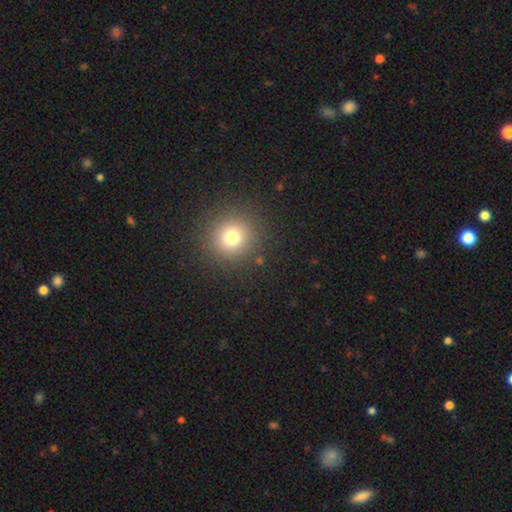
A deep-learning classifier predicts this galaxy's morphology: Smooth or featured? smooth (72%)
How rounded? round (93%)
Merging? none (93%)